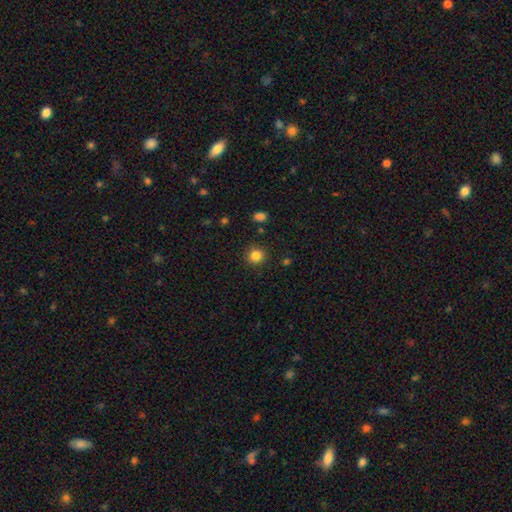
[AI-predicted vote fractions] smooth_or_featured: smooth (p=0.84) [alt: star or artifact p=0.12]
how_rounded: round (p=0.91) [alt: in between p=0.08]
merging: none (p=0.89) [alt: minor disturbance p=0.07]